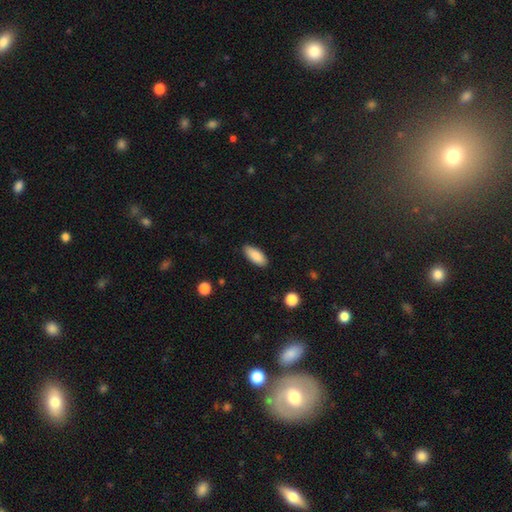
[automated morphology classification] Overall: smooth (88%). How rounded: in between (82%). Merging: none (86%).